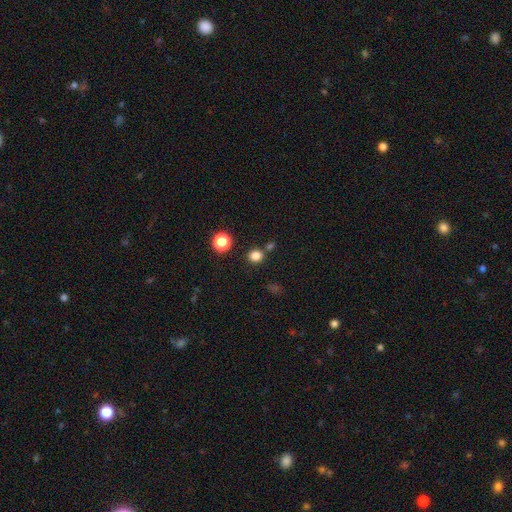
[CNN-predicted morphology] A smooth galaxy with no disk features (81%) that is round (74%).

Vote fractions:
- Smooth or featured? smooth: 81% / star or artifact: 14% / featured or disk: 4%
- How rounded? round: 74% / in between: 25% / cigar-shaped: 1%
- Merging? none: 76% / merger: 12% / minor disturbance: 9% / major disturbance: 3%